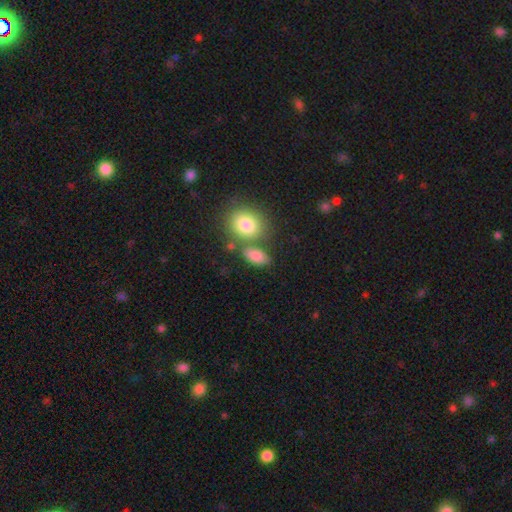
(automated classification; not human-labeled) The model was most divided on "merging": none: 60%, merger: 19%, minor disturbance: 15%, major disturbance: 6%. More confident: smooth or featured — smooth (84%); how rounded — in between (81%).